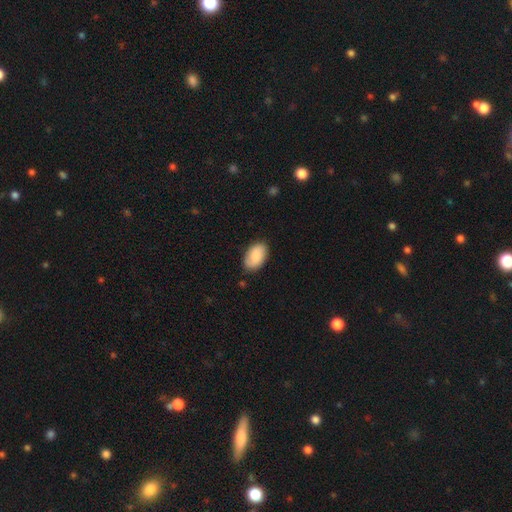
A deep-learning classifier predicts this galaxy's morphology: Overall: smooth (76%). How rounded: in between (92%). Merging: none (80%).